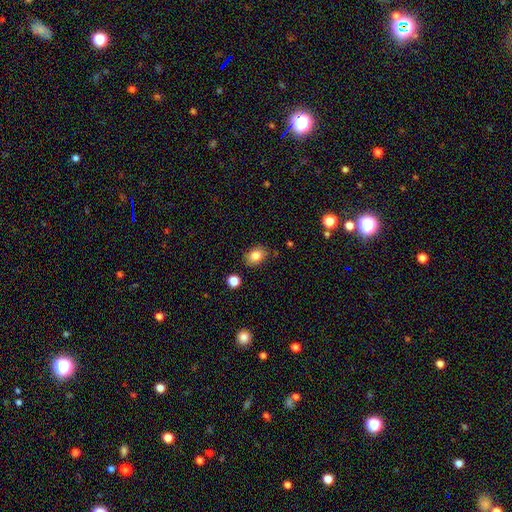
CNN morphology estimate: smooth_or_featured: smooth (p=0.83) [alt: star or artifact p=0.09]
how_rounded: in between (p=0.66) [alt: round p=0.33]
merging: none (p=0.81) [alt: minor disturbance p=0.14]